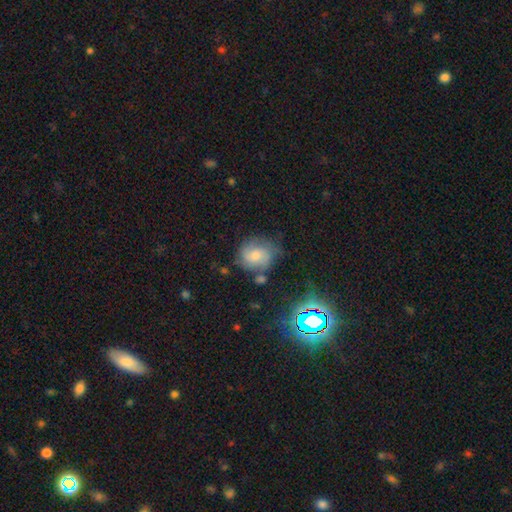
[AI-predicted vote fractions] Smooth or featured? smooth (56%)
How rounded? round (68%)
Merging? none (56%)